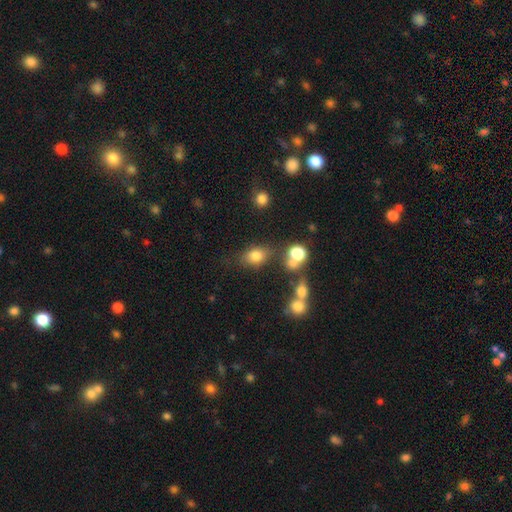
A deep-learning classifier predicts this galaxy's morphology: This appears to be a smooth galaxy with no disk features (79%) that is in between round and cigar-shaped (67%). Merging: none (66%).